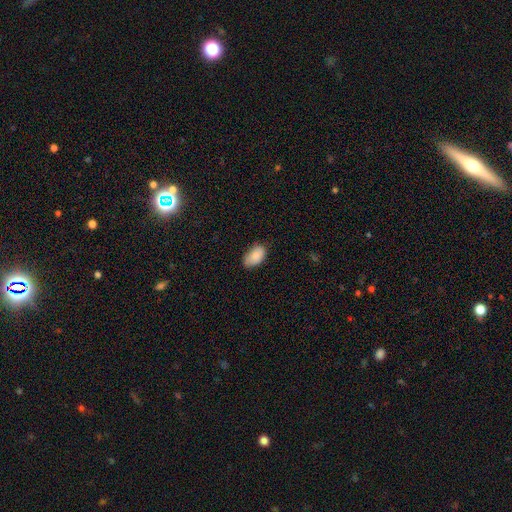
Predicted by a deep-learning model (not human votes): Smooth or featured?
  - smooth: 86% *
  - star or artifact: 7%
  - featured or disk: 7%
How rounded?
  - in between: 92% *
  - round: 6%
  - cigar-shaped: 1%
Merging?
  - none: 68% *
  - minor disturbance: 27%
  - major disturbance: 4%
  - merger: 1%